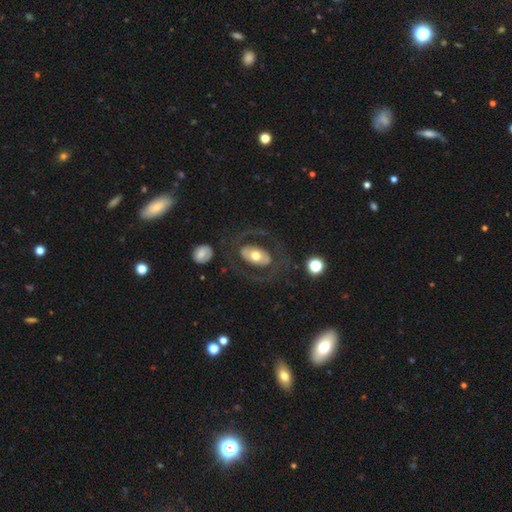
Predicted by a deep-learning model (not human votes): smooth_or_featured: featured or disk (p=0.59) [alt: smooth p=0.35]
disk_edge_on: no (p=0.93) [alt: yes p=0.07]
bar: no (p=0.59) [alt: strong p=0.21]
has_spiral_arms: no (p=0.66) [alt: yes p=0.34]
bulge_size: moderate (p=0.69) [alt: large p=0.18]
merging: none (p=0.70) [alt: major disturbance p=0.16]